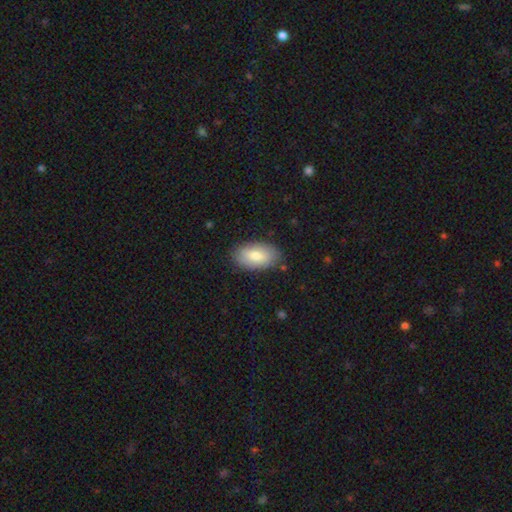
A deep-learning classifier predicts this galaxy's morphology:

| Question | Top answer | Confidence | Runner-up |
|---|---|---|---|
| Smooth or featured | smooth | 75% | featured or disk (18%) |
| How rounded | in between | 94% | round (4%) |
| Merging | none | 85% | minor disturbance (11%) |